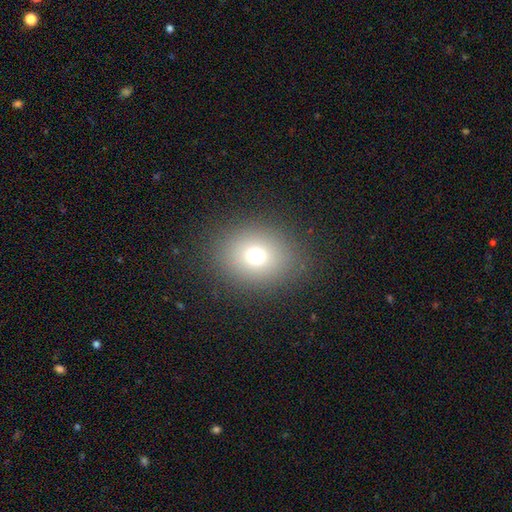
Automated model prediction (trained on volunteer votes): This appears to be a smooth galaxy with no disk features (71%) that is round (65%). Merging: none (87%).